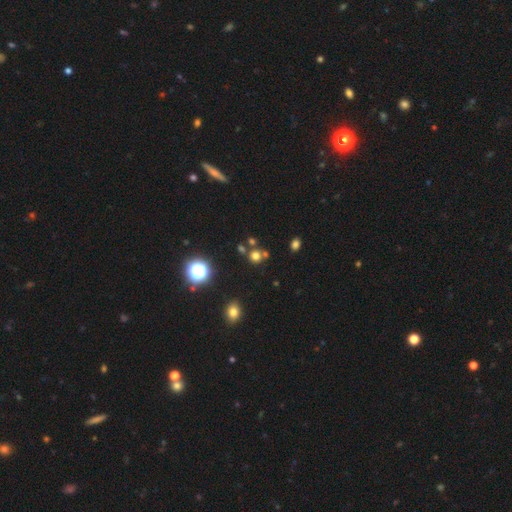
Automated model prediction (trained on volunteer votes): Morphology: type=smooth (66%); roundness=round (89%); merging=none (71%).